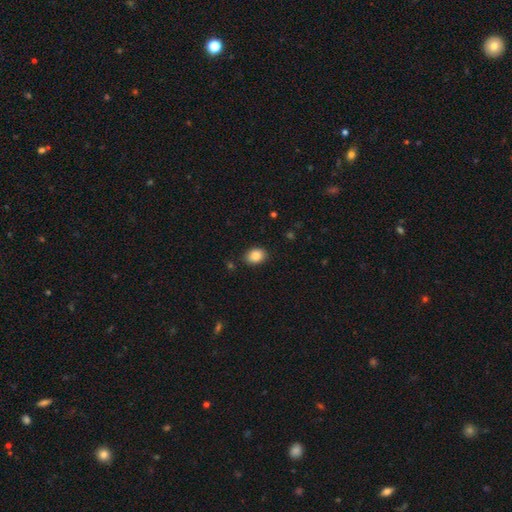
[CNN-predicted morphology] Smooth or featured?
  - smooth: 87% *
  - star or artifact: 8%
  - featured or disk: 5%
How rounded?
  - in between: 67% *
  - round: 32%
  - cigar-shaped: 1%
Merging?
  - none: 87% *
  - minor disturbance: 9%
  - major disturbance: 2%
  - merger: 1%